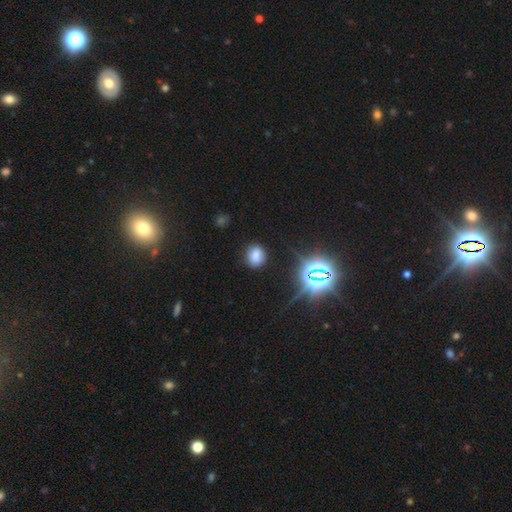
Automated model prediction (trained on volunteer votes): The model was most divided on "how rounded": round: 50%, in between: 49%, cigar-shaped: 2%. More confident: merging — none (82%); smooth or featured — smooth (70%).